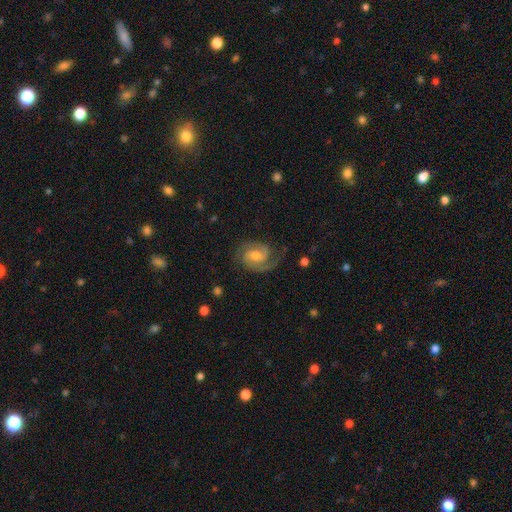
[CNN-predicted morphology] Smooth or featured? Predicted: featured or disk (p=0.87). Edge-on disk? Predicted: no (p=0.98). Bar? Predicted: weak (p=0.45, tied with no). Spiral arms? Predicted: yes (p=0.98). Spiral winding? Predicted: medium (p=0.48). Spiral arm count? Predicted: 2 (p=0.85). Bulge size? Predicted: moderate (p=0.56). Merging? Predicted: none (p=0.76).